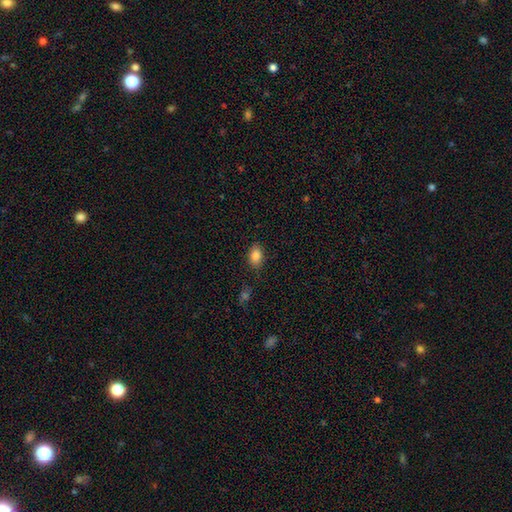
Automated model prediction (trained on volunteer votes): smooth_or_featured: smooth (p=0.84) [alt: star or artifact p=0.09]
how_rounded: in between (p=0.85) [alt: round p=0.14]
merging: none (p=0.83) [alt: minor disturbance p=0.12]